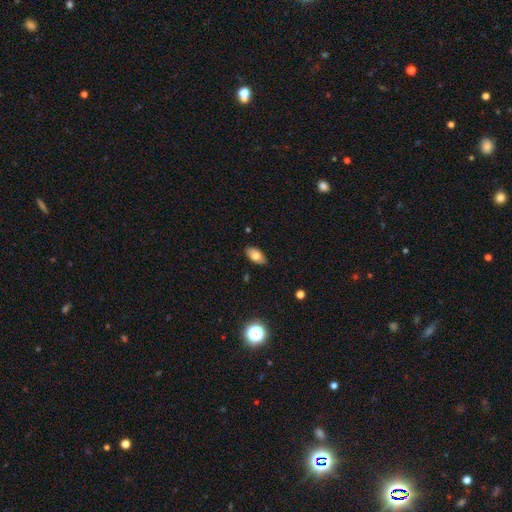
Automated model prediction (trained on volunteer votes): Smooth or featured? smooth (74%)
How rounded? in between (93%)
Merging? none (86%)